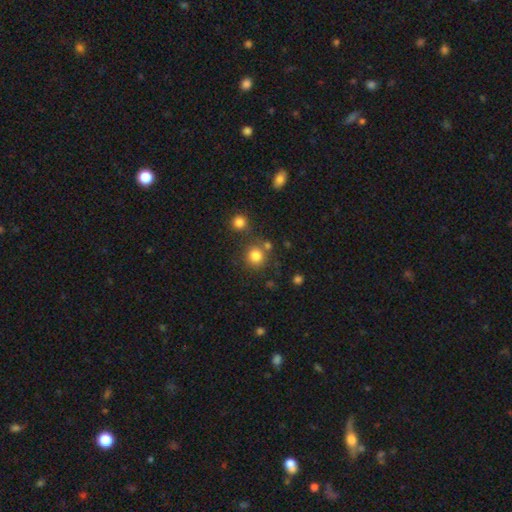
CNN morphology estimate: This appears to be a smooth galaxy with no disk features (81%) that is round (91%). Merging: none (73%).